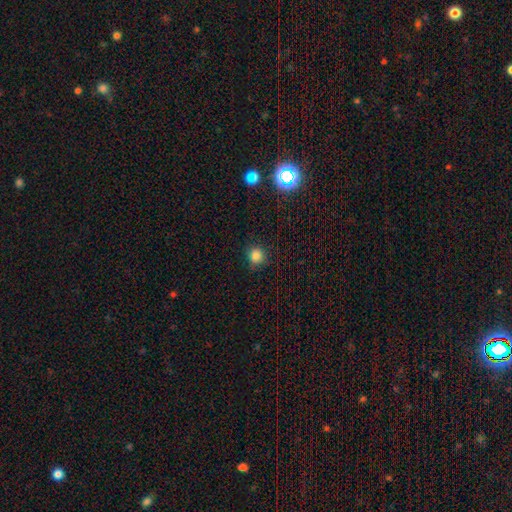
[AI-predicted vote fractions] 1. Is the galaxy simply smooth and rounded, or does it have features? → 81% smooth, 15% star or artifact, 4% featured or disk.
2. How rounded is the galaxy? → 88% round, 11% in between, 1% cigar-shaped.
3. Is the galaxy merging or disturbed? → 85% none, 11% minor disturbance, 3% major disturbance, 1% merger.